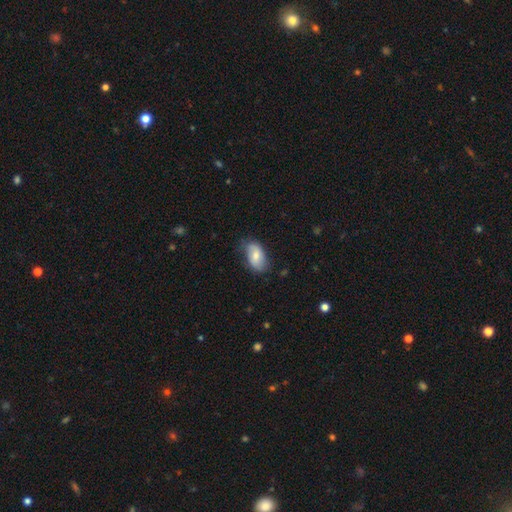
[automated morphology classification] smooth 67%, featured or disk 26%, star or artifact 6%. Down the decision tree: how rounded — in between (93%); merging — none (67%).